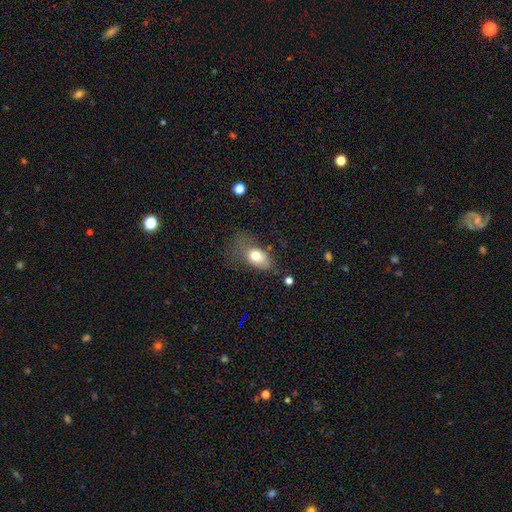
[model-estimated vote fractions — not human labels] Smooth or featured?
  - smooth: 74% *
  - featured or disk: 16%
  - star or artifact: 9%
How rounded?
  - in between: 82% *
  - round: 15%
  - cigar-shaped: 2%
Merging?
  - major disturbance: 34% *
  - none: 33%
  - minor disturbance: 30%
  - merger: 3%